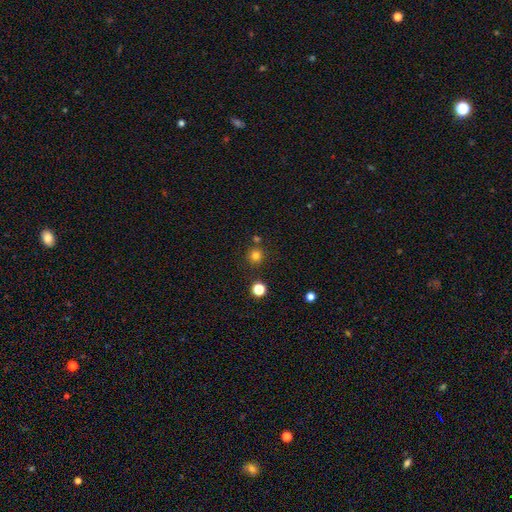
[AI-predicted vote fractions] smooth 79%, star or artifact 16%, featured or disk 5%. Down the decision tree: how rounded — round (94%); merging — none (82%).